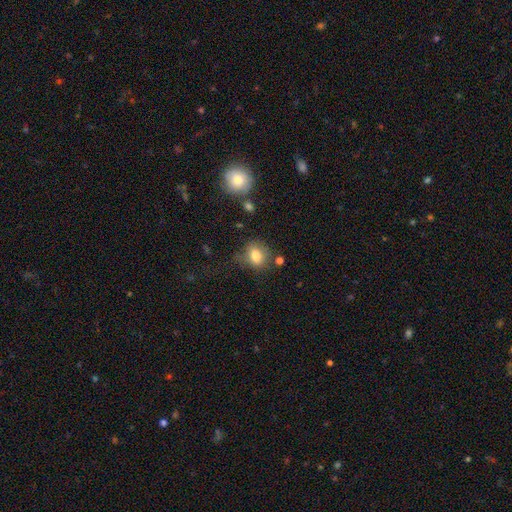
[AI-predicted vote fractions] Smooth or featured: smooth — 78% (featured or disk — 11%)
How rounded: in between — 54% (round — 45%)
Merging: none — 61% (minor disturbance — 23%)